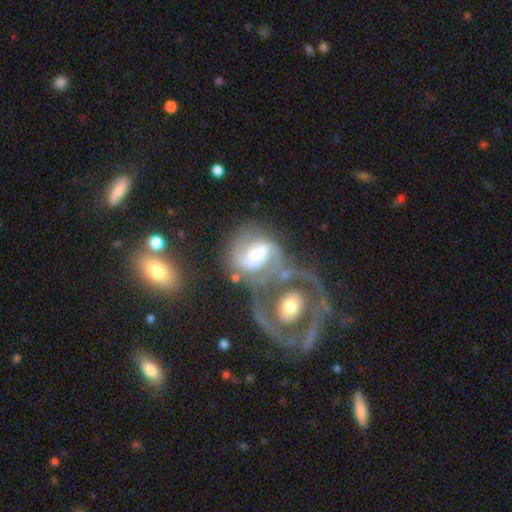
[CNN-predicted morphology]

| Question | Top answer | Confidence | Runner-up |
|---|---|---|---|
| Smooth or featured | featured or disk | 70% | smooth (22%) |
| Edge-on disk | no | 97% | yes (3%) |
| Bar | weak | 40% | no (33%) |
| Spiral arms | yes | 83% | no (17%) |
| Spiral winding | medium | 42% | tight (38%) |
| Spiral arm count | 2 | 65% | can't tell (15%) |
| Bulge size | moderate | 47% | large (23%) |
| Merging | merger | 45% | none (27%) |